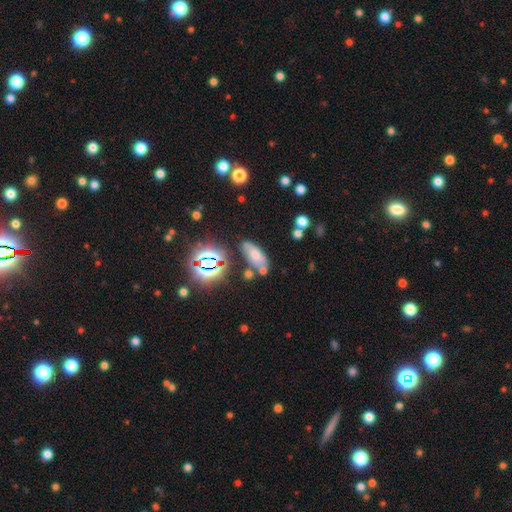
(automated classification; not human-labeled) Morphology: type=smooth (58%); roundness=in between (80%); merging=none (62%).